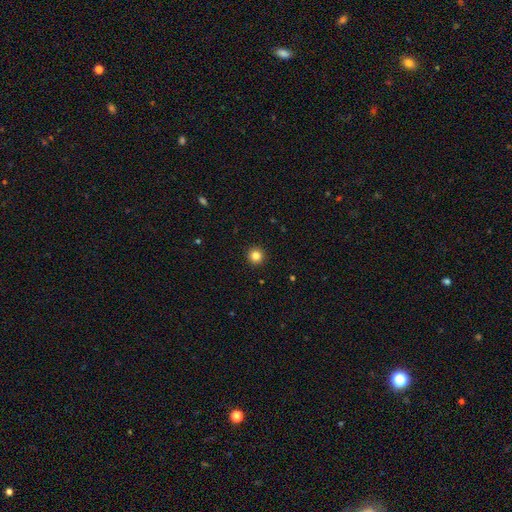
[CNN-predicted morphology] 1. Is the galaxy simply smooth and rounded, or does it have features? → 83% smooth, 12% star or artifact, 5% featured or disk.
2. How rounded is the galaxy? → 96% round, 3% in between, 1% cigar-shaped.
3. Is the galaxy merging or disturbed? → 94% none, 4% minor disturbance, 1% major disturbance, 1% merger.